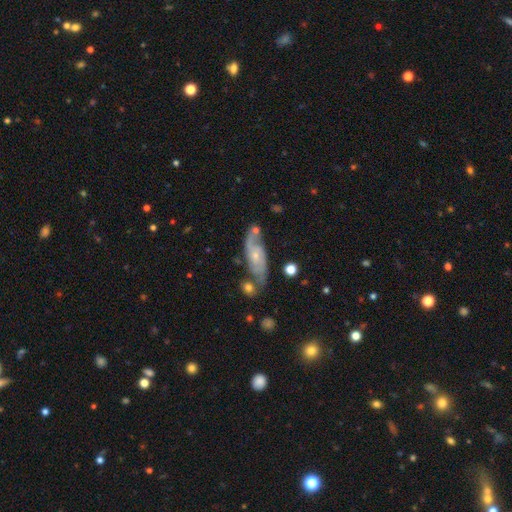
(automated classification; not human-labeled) Morphology: type=featured or disk (76%); edge-on=no (88%); bar=no (67%); spiral arms=yes (92%); winding=medium (45%); arm count=2 (77%); bulge=small (66%); merging=none (63%).